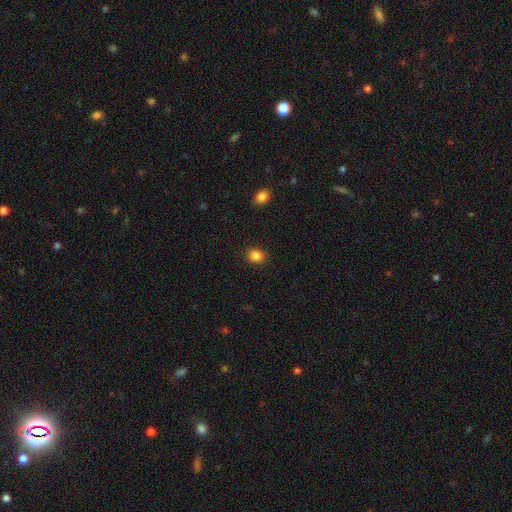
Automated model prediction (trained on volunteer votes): Smooth or featured? Predicted: smooth (p=0.85). How rounded? Predicted: round (p=0.79). Merging? Predicted: none (p=0.91).